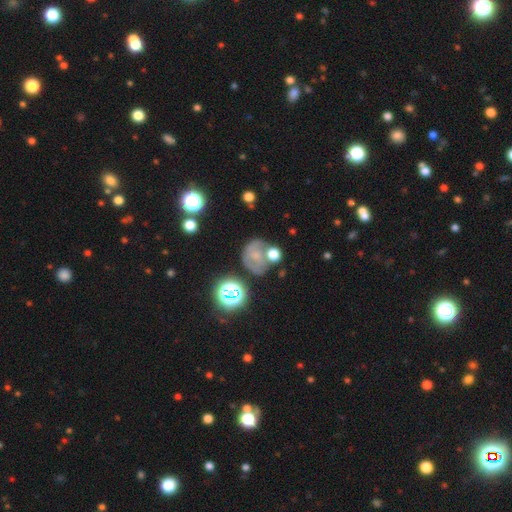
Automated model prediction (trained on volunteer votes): This is marginally a smooth galaxy (40%). Merging: possibly none (49%).